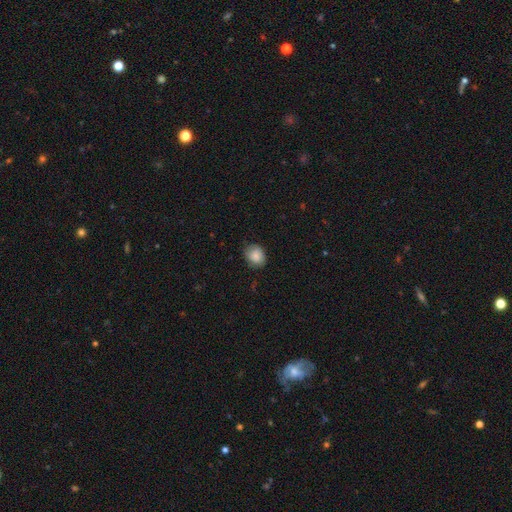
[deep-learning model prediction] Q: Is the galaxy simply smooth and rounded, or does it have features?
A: smooth — 86%.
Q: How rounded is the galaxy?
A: round — 58%.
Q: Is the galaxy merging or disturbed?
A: none — 74%.